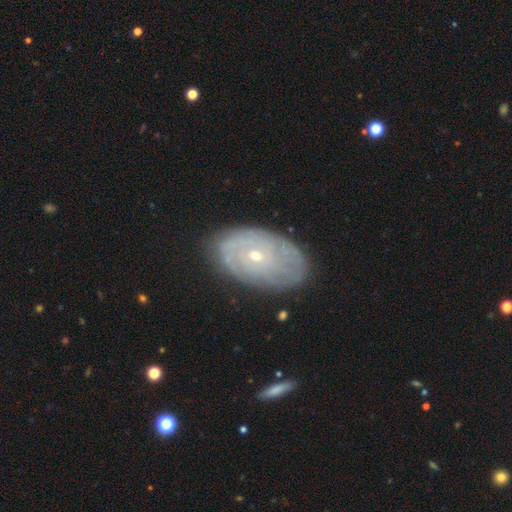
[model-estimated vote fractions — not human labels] This appears to be a featured or disk galaxy (71%) with no bar (80%), tight (79%) spiral arms (78%) and a small central bulge (66%). Merging: none (77%).